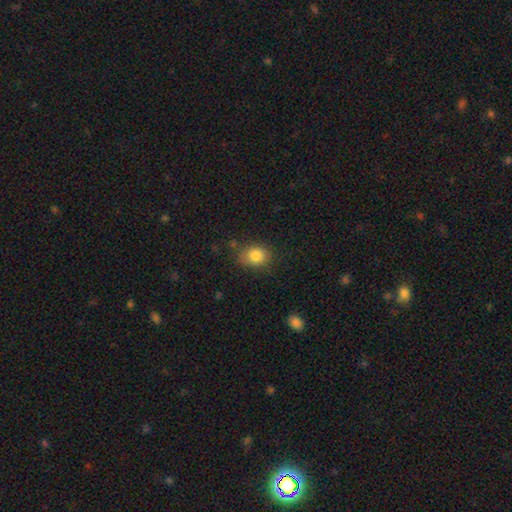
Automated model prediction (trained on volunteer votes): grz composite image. It shows a smooth galaxy with no disk features (84%) that is round (61%). Merging: none (75%).